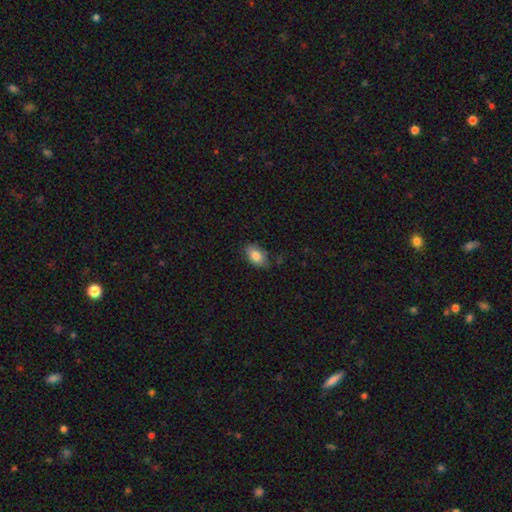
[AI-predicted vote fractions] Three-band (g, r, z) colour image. It shows a smooth galaxy with no disk features (82%) that is in between round and cigar-shaped (91%). Merging: none (75%).